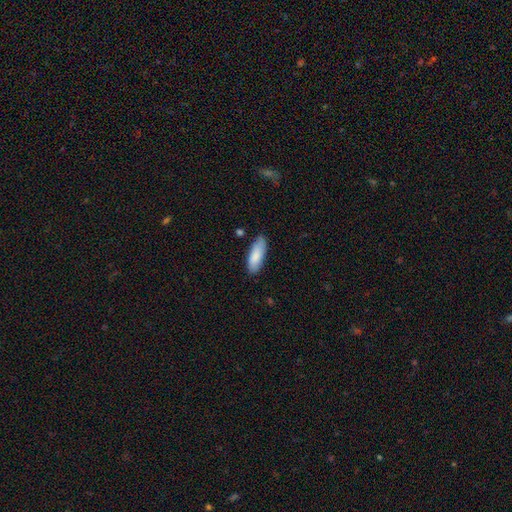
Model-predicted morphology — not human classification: A smooth galaxy with no disk features (86%) that is in between round and cigar-shaped (68%). Merging: none (81%).